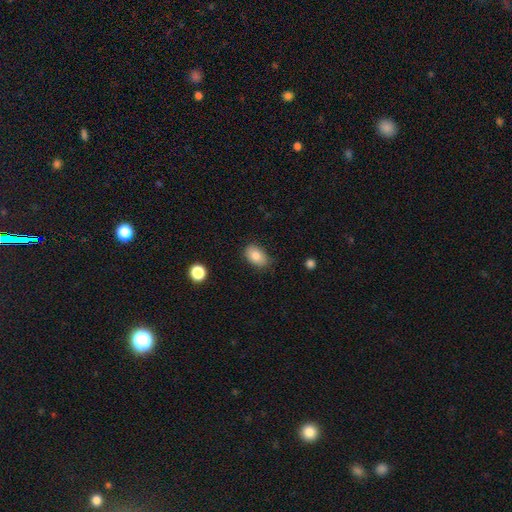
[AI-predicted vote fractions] Smooth or featured? smooth (84%)
How rounded? in between (86%)
Merging? none (74%)